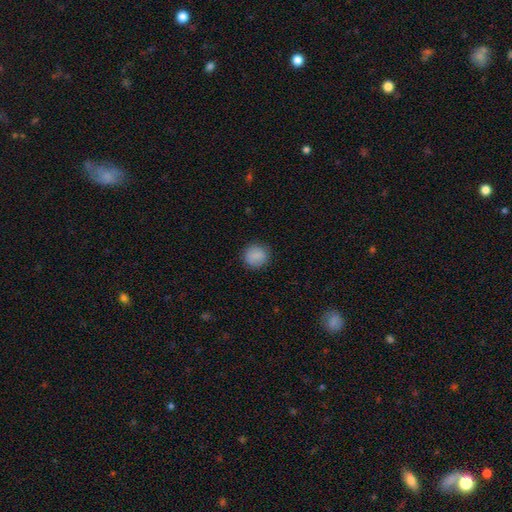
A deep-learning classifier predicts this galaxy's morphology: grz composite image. It shows a smooth galaxy with no disk features (87%) that is round (87%). Merging: none (87%).